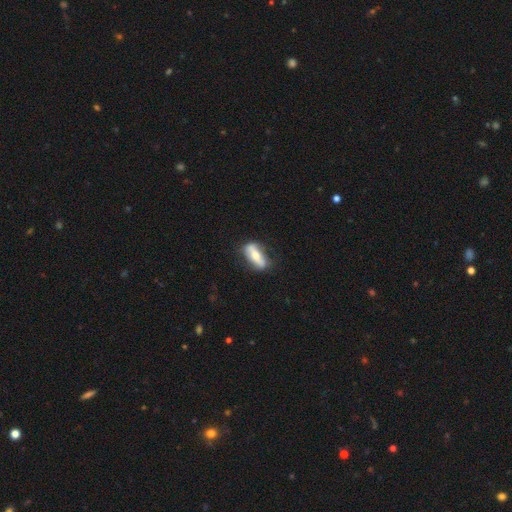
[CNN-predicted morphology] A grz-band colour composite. It shows a featured or disk galaxy (47%, tied with smooth). Merging: none (72%).